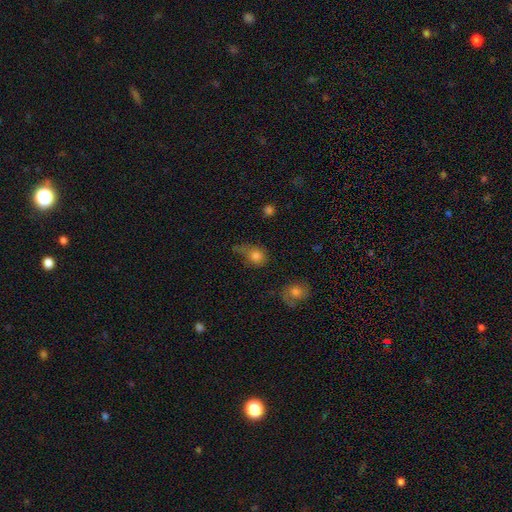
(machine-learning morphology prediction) This is likely a smooth galaxy (79%). How rounded: likely round (61%). Merging: marginally none (44%).